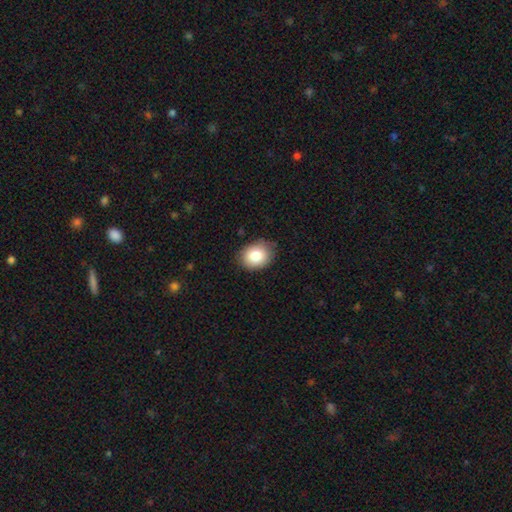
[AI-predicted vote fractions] Smooth or featured?
  - smooth: 83% *
  - featured or disk: 9%
  - star or artifact: 8%
How rounded?
  - in between: 56% *
  - round: 43%
  - cigar-shaped: 1%
Merging?
  - none: 83% *
  - minor disturbance: 13%
  - major disturbance: 2%
  - merger: 1%